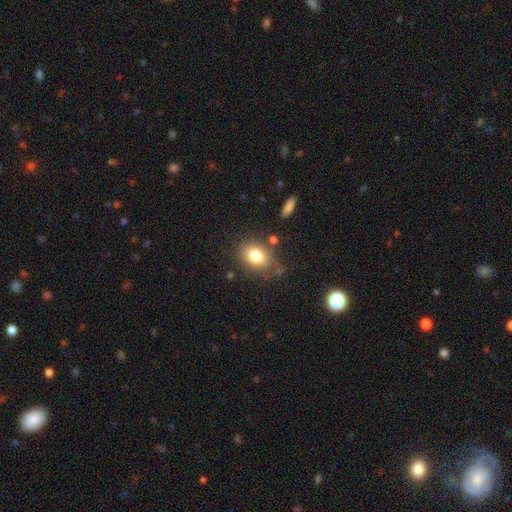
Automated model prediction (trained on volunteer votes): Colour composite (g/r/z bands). It shows a smooth galaxy with no disk features (79%) that is in between round and cigar-shaped (63%). Merging: none (73%).